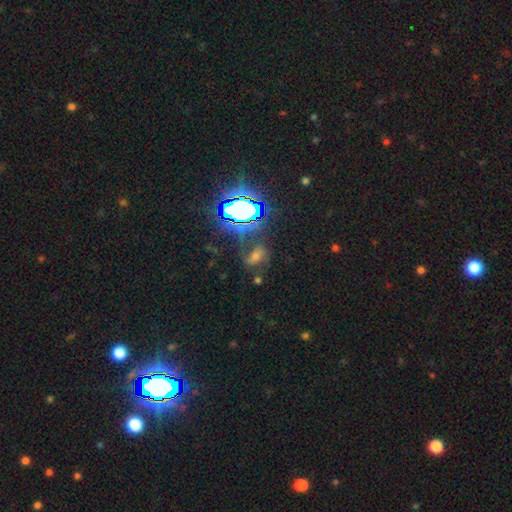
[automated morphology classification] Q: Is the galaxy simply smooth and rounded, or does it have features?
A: star or artifact — 40%.